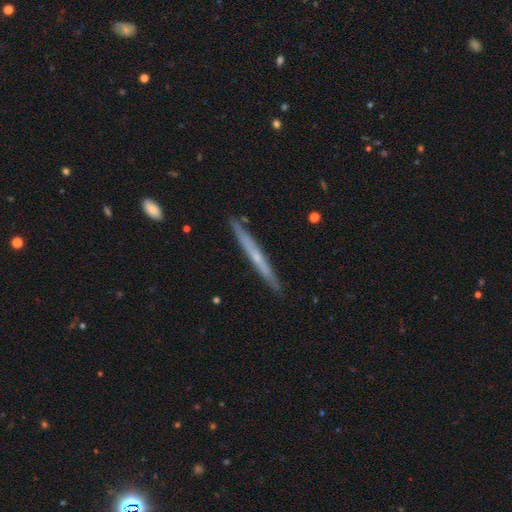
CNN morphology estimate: Smooth or featured?
  - featured or disk: 59% *
  - smooth: 35%
  - star or artifact: 6%
Edge-on disk?
  - yes: 95% *
  - no: 5%
Edge-on bulge?
  - none: 62% *
  - rounded: 35%
  - boxy: 4%
Merging?
  - none: 88% *
  - minor disturbance: 9%
  - major disturbance: 1%
  - merger: 1%